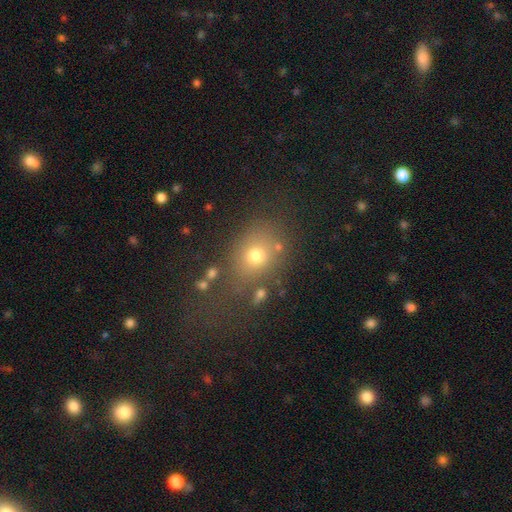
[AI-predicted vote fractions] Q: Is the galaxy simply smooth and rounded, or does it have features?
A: smooth — 70%.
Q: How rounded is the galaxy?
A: round — 52%.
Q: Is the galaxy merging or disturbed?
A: none — 65%.